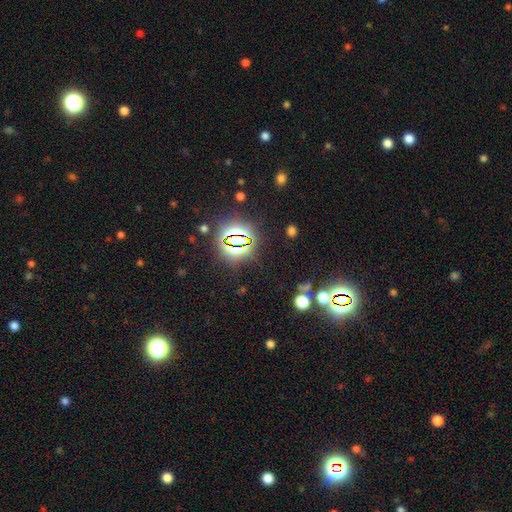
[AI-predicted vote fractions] This is clearly a star or artifact rather than a galaxy (81%).